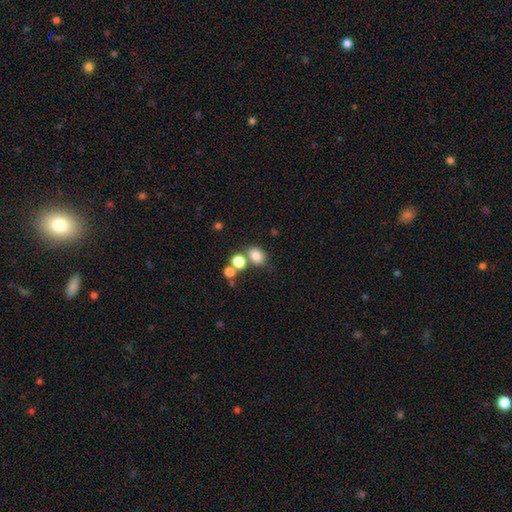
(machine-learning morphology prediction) Q: Smooth or featured?
A: smooth (80%); runner-up: star or artifact (12%)
Q: How rounded?
A: in between (62%); runner-up: round (37%)
Q: Merging?
A: none (59%); runner-up: merger (25%)